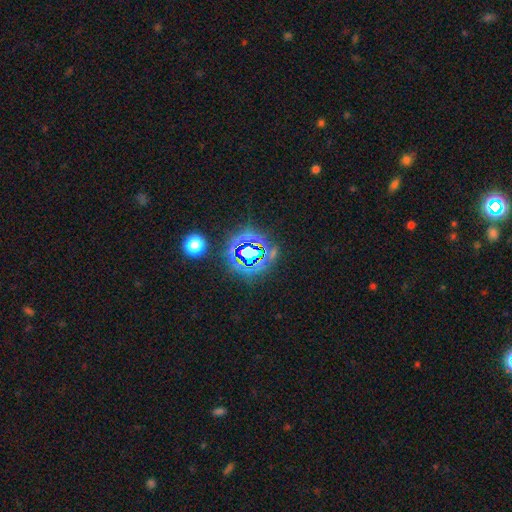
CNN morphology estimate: Smooth or featured? Predicted: star or artifact (p=0.75).